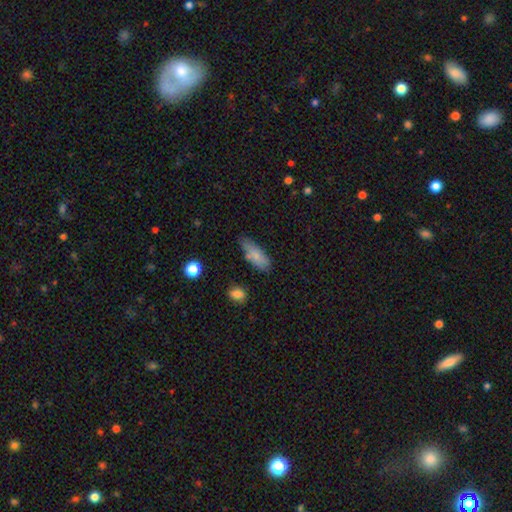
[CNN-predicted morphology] Smooth or featured? smooth (79%)
How rounded? in between (70%)
Merging? none (61%)